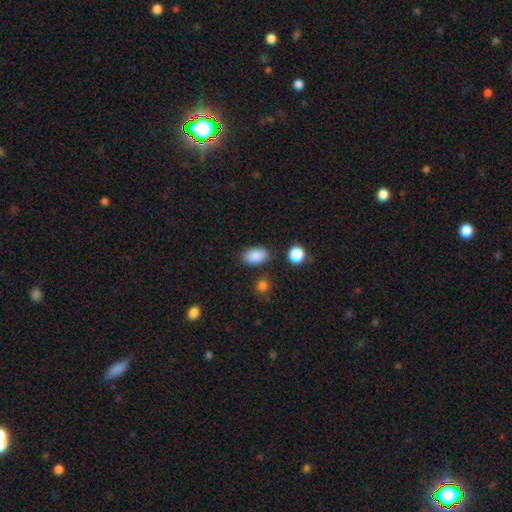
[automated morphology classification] Smooth or featured? Predicted: smooth (p=0.87). How rounded? Predicted: in between (p=0.89). Merging? Predicted: none (p=0.81).